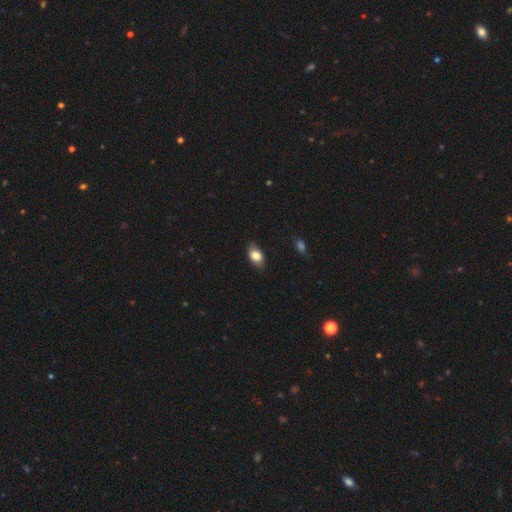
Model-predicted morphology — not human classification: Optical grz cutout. It shows a smooth galaxy with no disk features (78%) that is in between round and cigar-shaped (87%). Merging: none (81%).